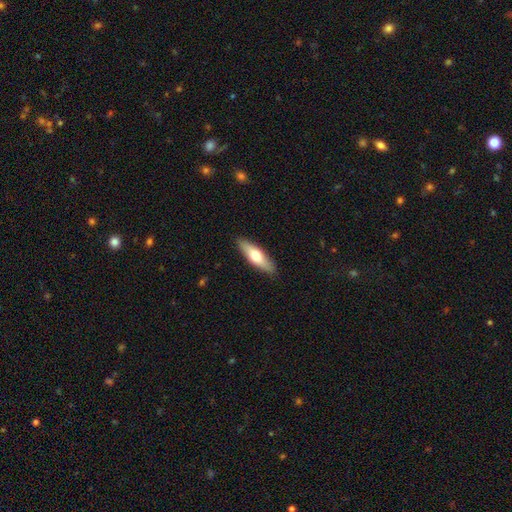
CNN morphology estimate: Overall: smooth (62%; featured or disk 33%). How rounded: cigar-shaped (55%; in between 43%). Merging: none (89%).